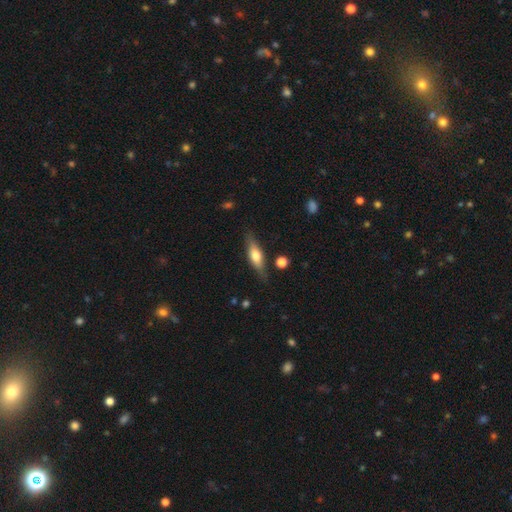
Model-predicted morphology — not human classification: This appears to be a featured or disk galaxy (47%, tied with smooth). Merging: none (81%).